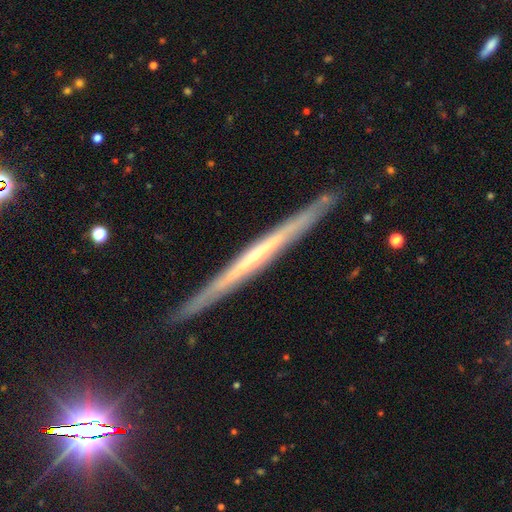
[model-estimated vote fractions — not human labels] featured or disk 77%, smooth 17%, star or artifact 5%. Down the decision tree: edge-on disk — yes (97%); edge-on bulge — none (61%); merging — none (89%).